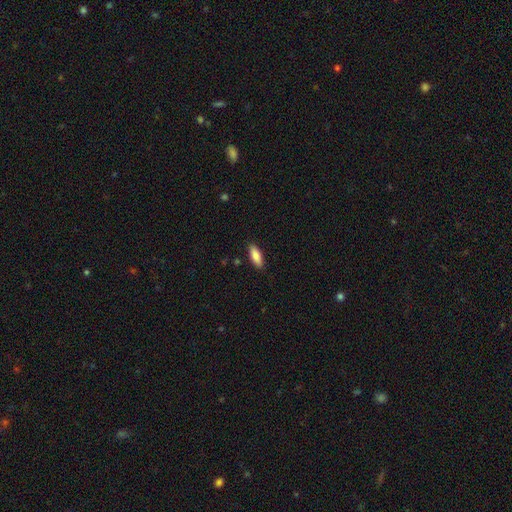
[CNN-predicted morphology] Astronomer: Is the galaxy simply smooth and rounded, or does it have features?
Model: smooth — 86%.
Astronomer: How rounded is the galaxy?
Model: in between — 70%.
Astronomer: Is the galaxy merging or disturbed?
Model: none — 88%.